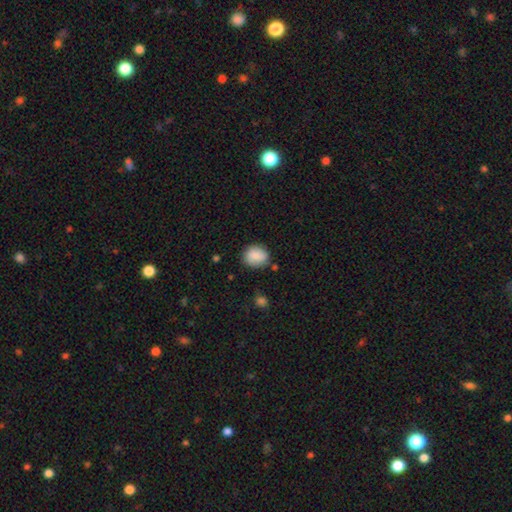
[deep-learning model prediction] A smooth galaxy with no disk features (84%) that is round (65%).

Vote fractions:
- Smooth or featured? smooth: 84% / featured or disk: 9% / star or artifact: 8%
- How rounded? round: 65% / in between: 34% / cigar-shaped: 1%
- Merging? none: 78% / minor disturbance: 16% / major disturbance: 3% / merger: 3%